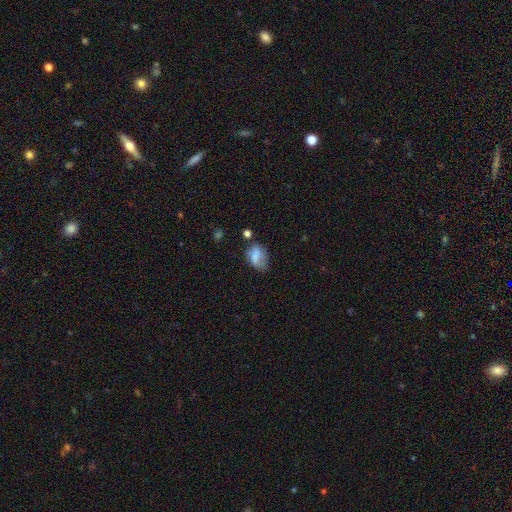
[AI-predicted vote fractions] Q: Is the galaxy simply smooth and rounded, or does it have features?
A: smooth — 72%.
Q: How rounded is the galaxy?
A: in between — 82%.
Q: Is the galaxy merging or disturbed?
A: none — 47%.